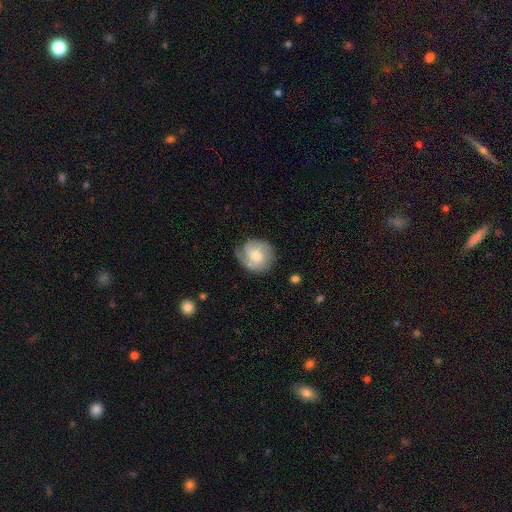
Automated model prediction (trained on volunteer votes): Smooth or featured? featured or disk (69%)
Edge-on disk? no (98%)
Bar? no (55%)
Spiral arms? yes (94%)
Spiral winding? medium (44%)
Spiral arm count? 2 (52%)
Bulge size? moderate (55%)
Merging? none (74%)